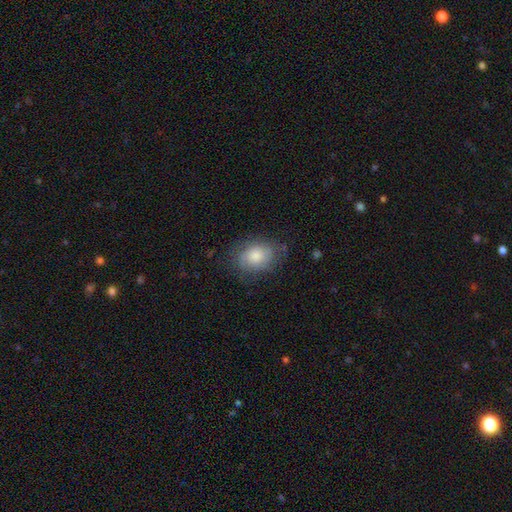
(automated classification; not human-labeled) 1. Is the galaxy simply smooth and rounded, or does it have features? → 72% smooth, 20% featured or disk, 7% star or artifact.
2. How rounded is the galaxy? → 71% in between, 28% round, 1% cigar-shaped.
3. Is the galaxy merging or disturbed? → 68% none, 22% minor disturbance, 8% major disturbance, 1% merger.